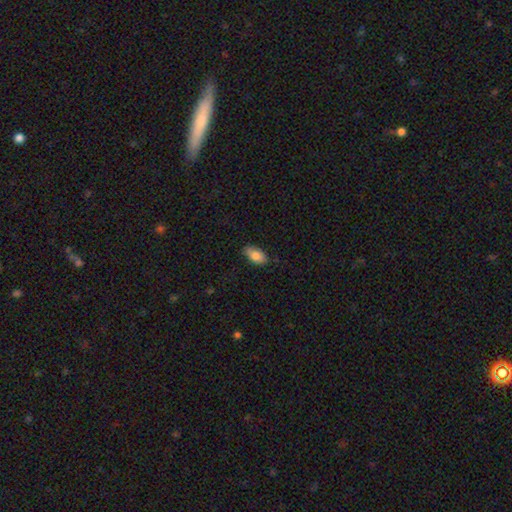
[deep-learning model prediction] The model was most divided on "merging": none: 81%, minor disturbance: 15%, major disturbance: 2%, merger: 1%. More confident: how rounded — in between (93%); smooth or featured — smooth (82%).